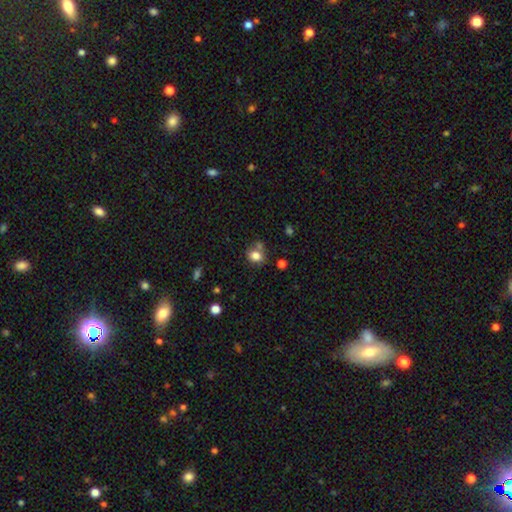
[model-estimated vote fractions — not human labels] The model was most divided on "how rounded": round: 53%, in between: 46%, cigar-shaped: 1%. More confident: smooth or featured — smooth (81%); merging — none (59%).